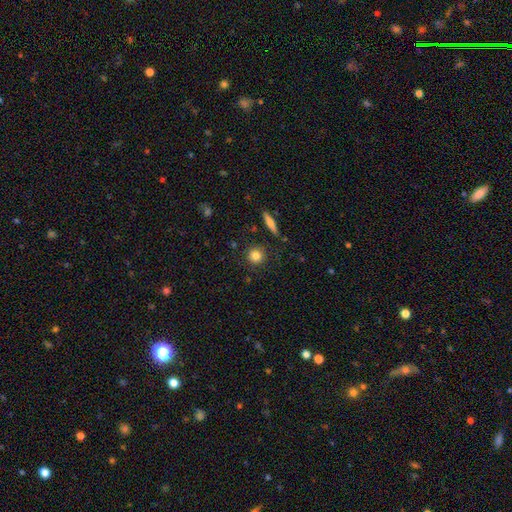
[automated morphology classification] A smooth galaxy with no disk features (82%) that is round (90%).

Vote fractions:
- Smooth or featured? smooth: 82% / star or artifact: 10% / featured or disk: 9%
- How rounded? round: 90% / in between: 8% / cigar-shaped: 2%
- Merging? none: 87% / minor disturbance: 8% / merger: 2% / major disturbance: 2%